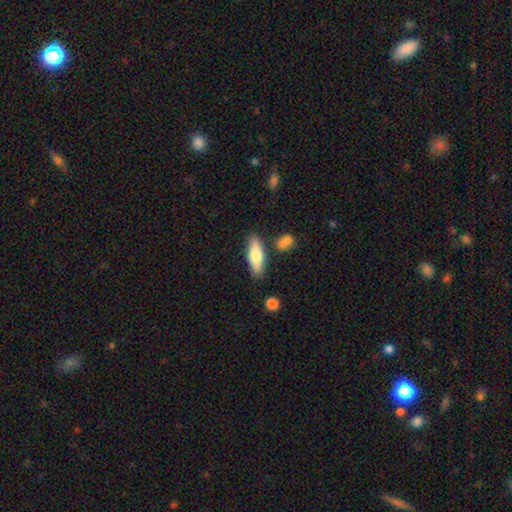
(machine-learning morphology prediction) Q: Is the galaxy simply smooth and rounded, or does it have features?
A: smooth — 68%.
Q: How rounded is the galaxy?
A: in between — 49%.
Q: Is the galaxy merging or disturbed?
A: none — 80%.